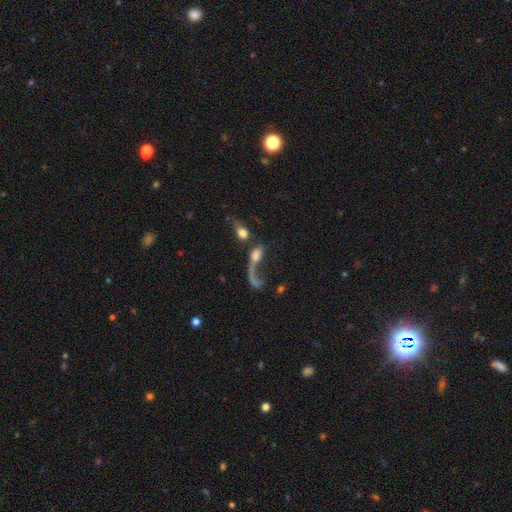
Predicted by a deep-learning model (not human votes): smooth_or_featured: featured or disk (p=0.46) [alt: smooth p=0.43]
merging: major disturbance (p=0.38) [alt: merger p=0.34]